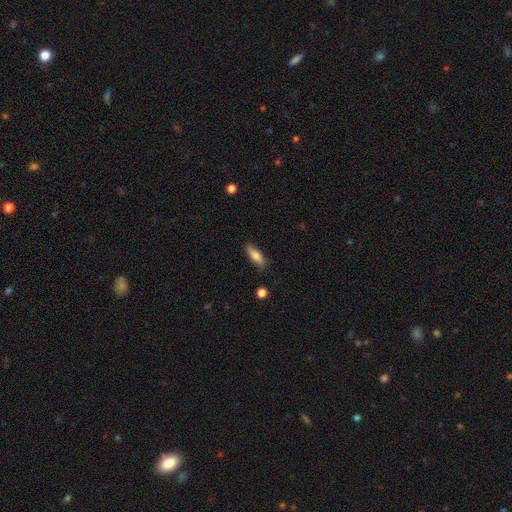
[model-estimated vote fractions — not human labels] The model was most divided on "how rounded": cigar-shaped: 50%, in between: 47%, round: 3%. More confident: merging — none (79%); smooth or featured — smooth (67%).